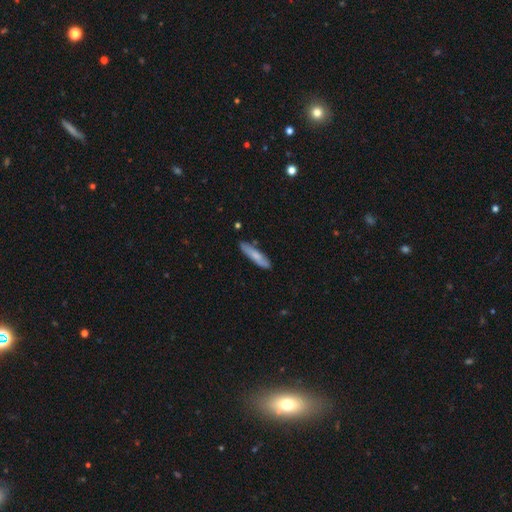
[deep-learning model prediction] smooth-or-featured: smooth: 71% | featured or disk: 24% | star or artifact: 5%
  how-rounded: cigar-shaped: 82% | in between: 16% | round: 1%
  merging: none: 83% | minor disturbance: 13% | merger: 2% | major disturbance: 2%